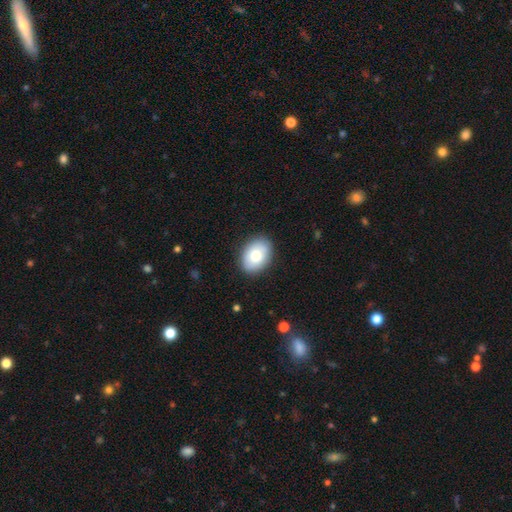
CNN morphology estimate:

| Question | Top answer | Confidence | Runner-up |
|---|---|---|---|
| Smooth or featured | smooth | 76% | featured or disk (17%) |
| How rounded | in between | 76% | round (23%) |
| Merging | none | 87% | minor disturbance (10%) |